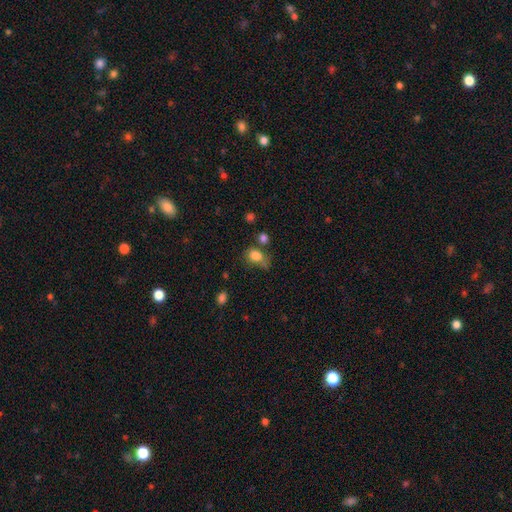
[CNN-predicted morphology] Smooth or featured? smooth (81%)
How rounded? in between (61%)
Merging? none (41%)